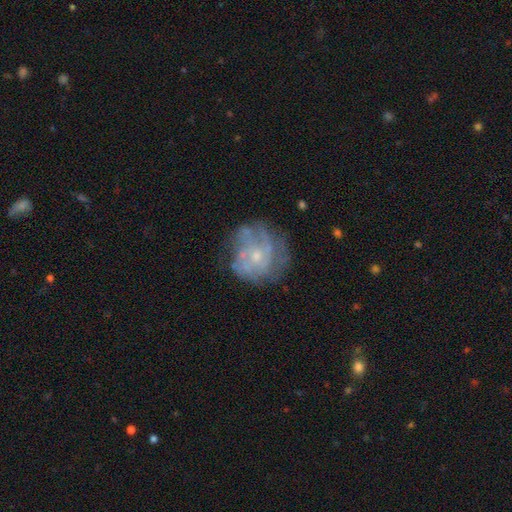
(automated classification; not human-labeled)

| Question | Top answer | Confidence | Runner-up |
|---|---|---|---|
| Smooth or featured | featured or disk | 69% | smooth (22%) |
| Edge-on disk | no | 98% | yes (2%) |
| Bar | no | 81% | weak (17%) |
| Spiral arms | yes | 67% | no (33%) |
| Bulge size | small | 61% | moderate (32%) |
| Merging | none | 60% | minor disturbance (22%) |